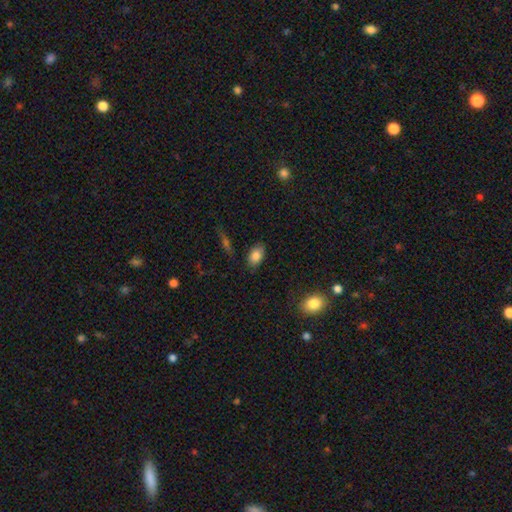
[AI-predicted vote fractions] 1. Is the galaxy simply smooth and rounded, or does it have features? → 84% smooth, 9% star or artifact, 7% featured or disk.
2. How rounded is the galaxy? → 88% in between, 10% round, 2% cigar-shaped.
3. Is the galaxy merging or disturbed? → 83% none, 12% minor disturbance, 3% major disturbance, 2% merger.